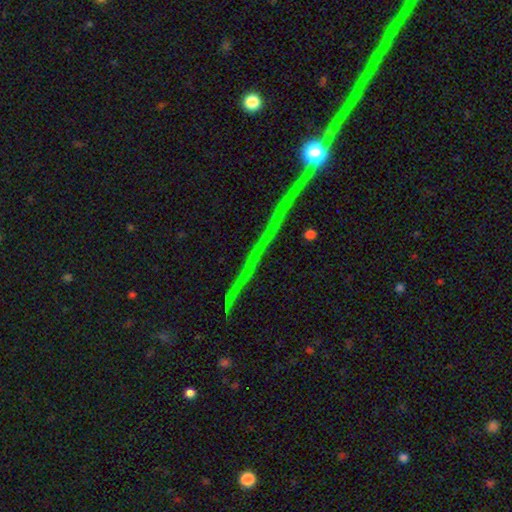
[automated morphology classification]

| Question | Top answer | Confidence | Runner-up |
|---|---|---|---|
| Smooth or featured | star or artifact | 72% | featured or disk (20%) |